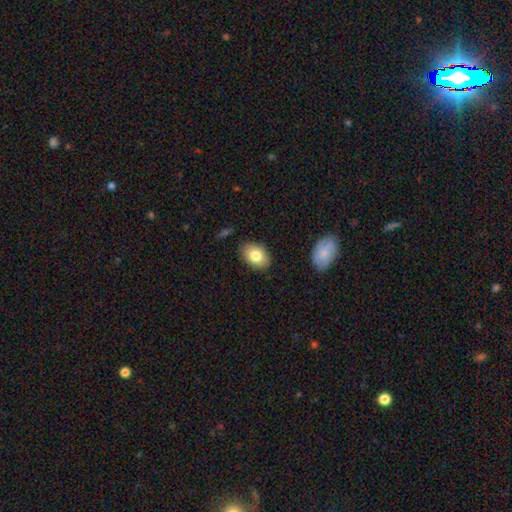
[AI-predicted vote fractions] Smooth or featured?
  - smooth: 81% *
  - featured or disk: 12%
  - star or artifact: 7%
How rounded?
  - in between: 82% *
  - round: 17%
  - cigar-shaped: 1%
Merging?
  - none: 86% *
  - minor disturbance: 10%
  - major disturbance: 2%
  - merger: 1%